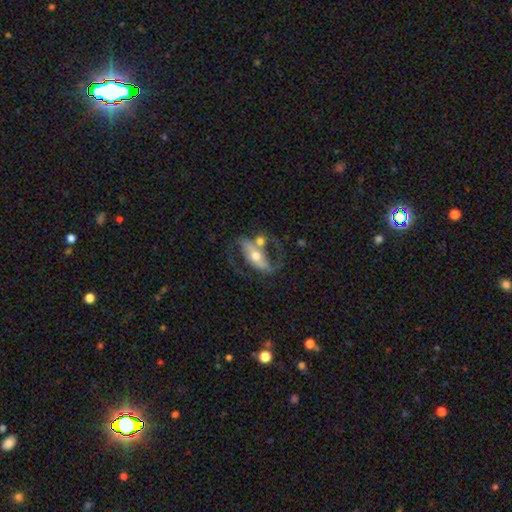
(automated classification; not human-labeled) featured or disk 76%, smooth 18%, star or artifact 6%. Down the decision tree: edge-on disk — no (90%); bar — strong (37%); spiral arms — yes (82%); spiral arm count — 2 (84%); spiral winding — loose (50%); bulge size — moderate (68%); merging — none (43%).